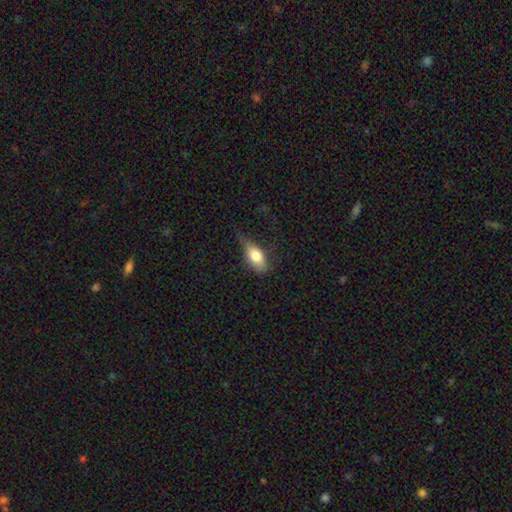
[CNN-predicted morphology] Smooth or featured? smooth (74%)
How rounded? in between (81%)
Merging? none (45%)